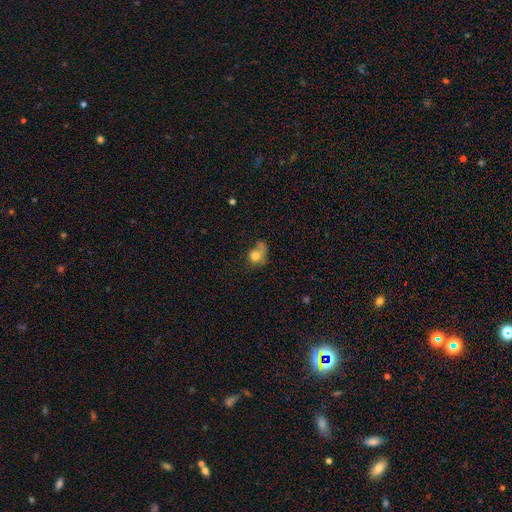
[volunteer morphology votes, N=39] smooth-or-featured: smooth: 69% | featured or disk: 21% | star or artifact: 10%
  how-rounded: round: 67% | in between: 33% | cigar-shaped: 0%
  merging: major disturbance: 43% | none: 23% | minor disturbance: 23% | merger: 11%